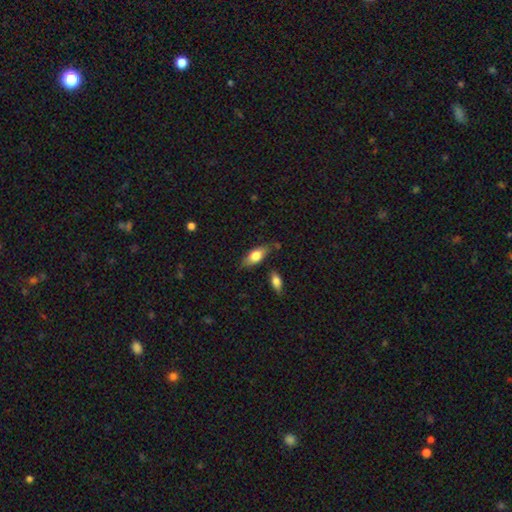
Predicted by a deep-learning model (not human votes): Q: Smooth or featured?
A: smooth (72%); runner-up: featured or disk (22%)
Q: How rounded?
A: in between (80%); runner-up: cigar-shaped (16%)
Q: Merging?
A: none (71%); runner-up: minor disturbance (19%)